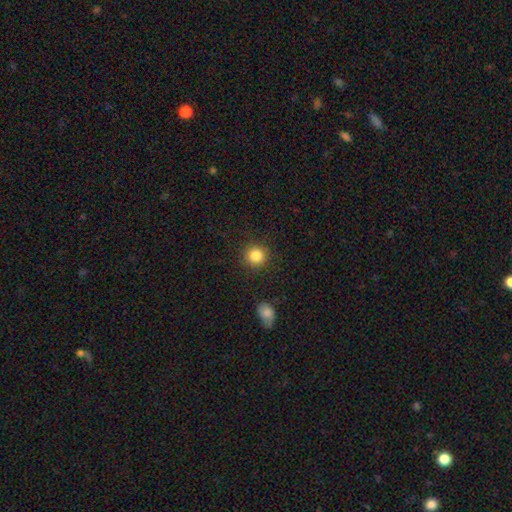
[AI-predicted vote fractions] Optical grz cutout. It shows a smooth galaxy with no disk features (85%) that is round (92%). Merging: none (89%).